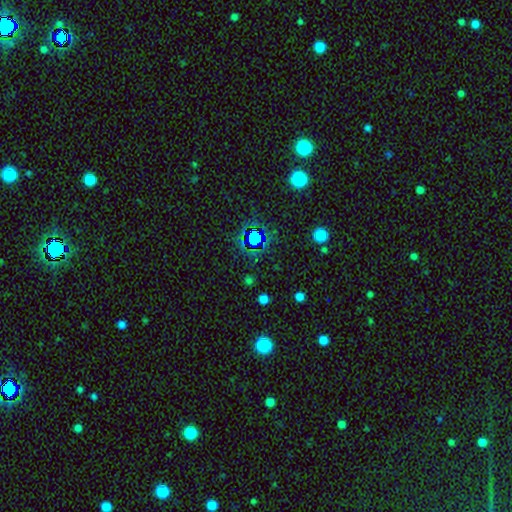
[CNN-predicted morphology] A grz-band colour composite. It shows a star or artifact, not a galaxy (66%).